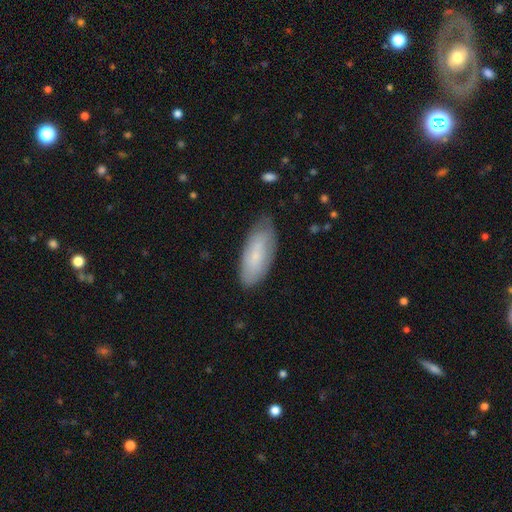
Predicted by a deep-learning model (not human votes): This is likely a smooth galaxy (68%). How rounded: clearly in between (82%). Merging: likely none (73%).